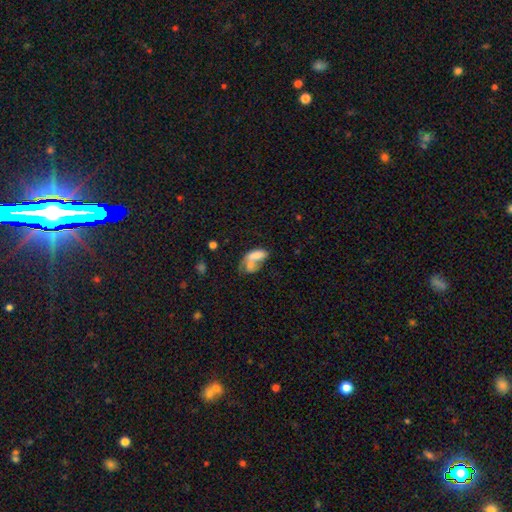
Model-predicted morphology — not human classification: A smooth galaxy with no disk features (65%) that is in between round and cigar-shaped (86%). Merging: merger (60%).